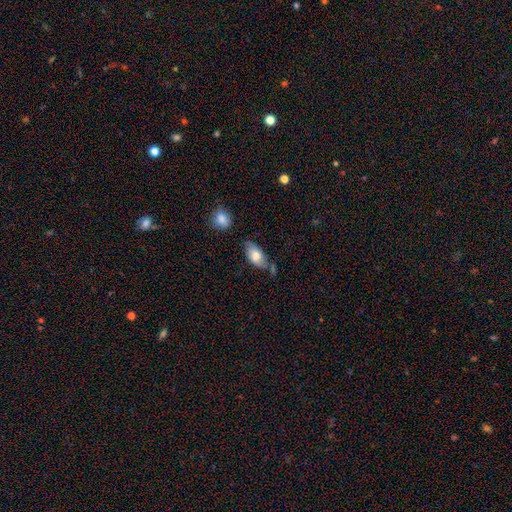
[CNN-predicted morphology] smooth_or_featured: smooth (p=0.72) [alt: featured or disk p=0.21]
how_rounded: in between (p=0.91) [alt: cigar-shaped p=0.05]
merging: none (p=0.60) [alt: minor disturbance p=0.24]